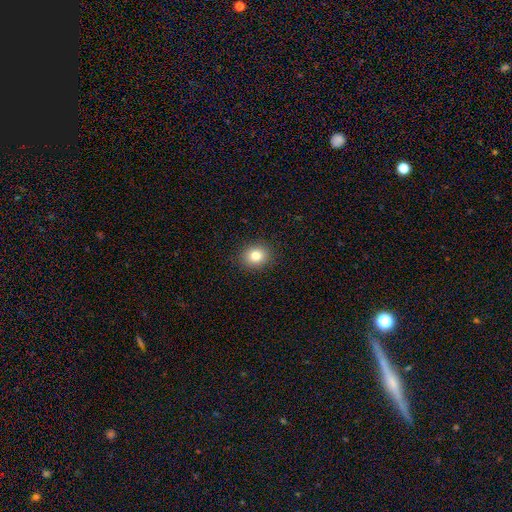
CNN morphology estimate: Smooth or featured?
  - smooth: 82% *
  - star or artifact: 11%
  - featured or disk: 7%
How rounded?
  - round: 70% *
  - in between: 29%
  - cigar-shaped: 1%
Merging?
  - none: 91% *
  - minor disturbance: 7%
  - major disturbance: 2%
  - merger: 1%